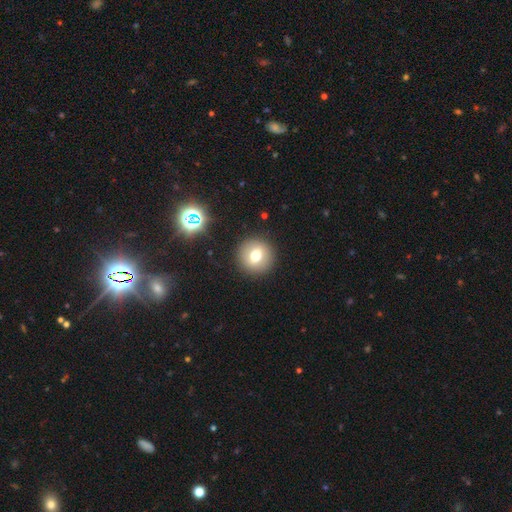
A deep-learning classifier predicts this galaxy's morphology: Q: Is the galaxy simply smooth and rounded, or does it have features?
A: smooth — 67%.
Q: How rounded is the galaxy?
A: round — 93%.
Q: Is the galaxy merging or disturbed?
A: none — 91%.